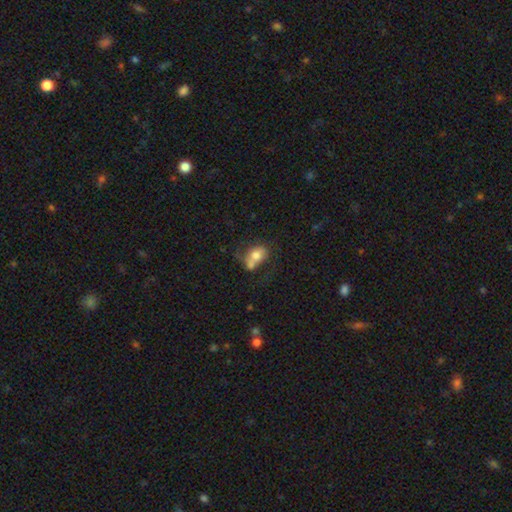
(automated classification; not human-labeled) smooth_or_featured: smooth (p=0.69) [alt: featured or disk p=0.22]
how_rounded: in between (p=0.70) [alt: round p=0.28]
merging: merger (p=0.36) [alt: none p=0.31]